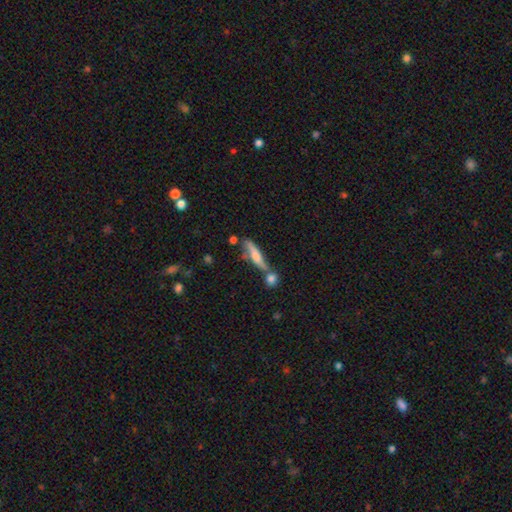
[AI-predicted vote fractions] Smooth or featured: featured or disk — 51% (smooth — 41%)
Edge-on disk: yes — 86% (no — 14%)
Merging: none — 59% (merger — 21%)